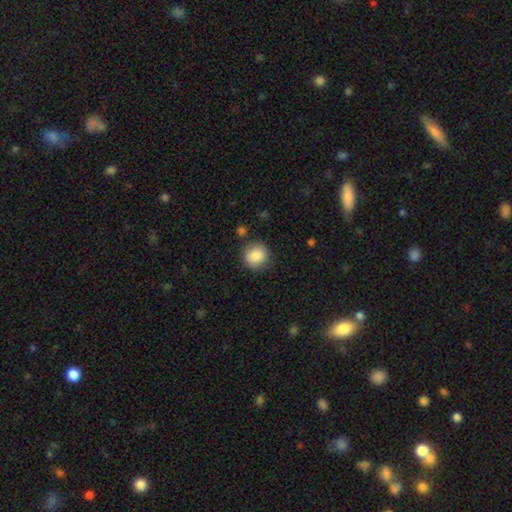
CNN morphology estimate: Smooth or featured? Predicted: smooth (p=0.88). How rounded? Predicted: round (p=0.89). Merging? Predicted: none (p=0.84).